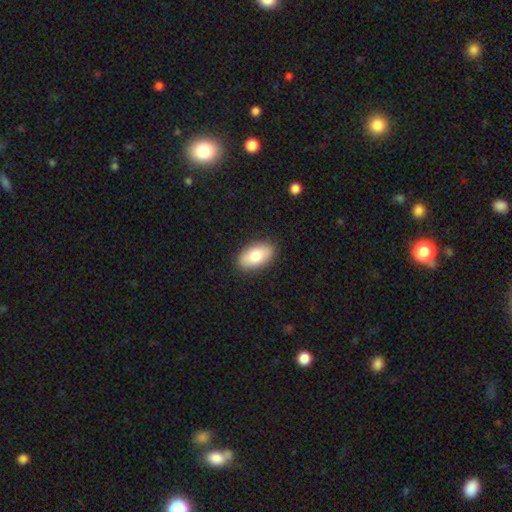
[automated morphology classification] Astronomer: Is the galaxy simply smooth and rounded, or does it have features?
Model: smooth — 81%.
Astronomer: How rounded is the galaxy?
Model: in between — 93%.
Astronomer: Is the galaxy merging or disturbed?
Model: none — 89%.